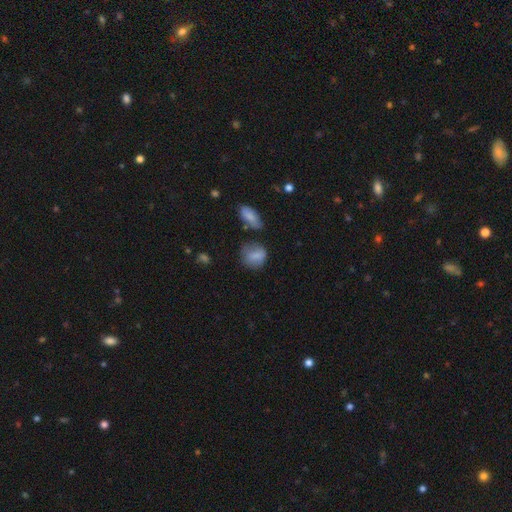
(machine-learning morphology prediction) Smooth or featured? smooth (76%)
How rounded? round (63%)
Merging? none (56%)